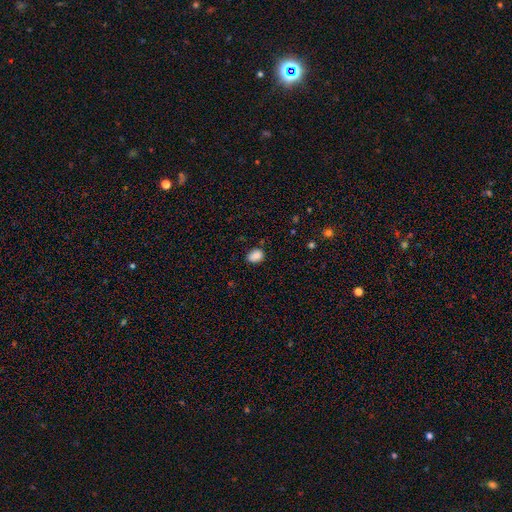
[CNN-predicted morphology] Smooth or featured? smooth (87%)
How rounded? in between (74%)
Merging? none (76%)